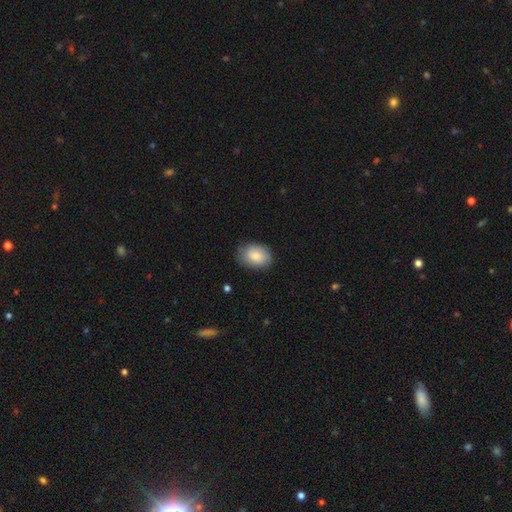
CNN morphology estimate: type=smooth (85%); roundness=in between (74%); merging=none (77%).